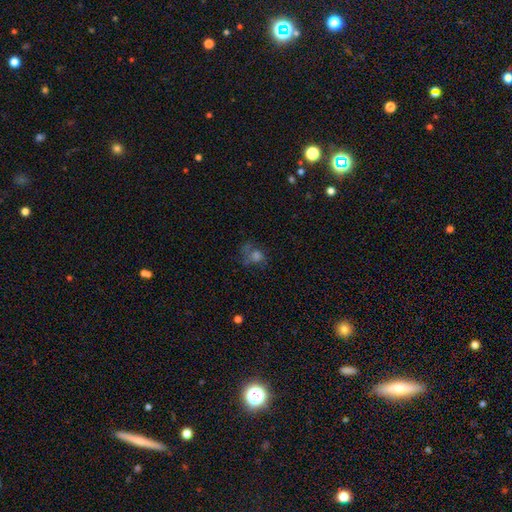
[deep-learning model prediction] smooth_or_featured: smooth (p=0.39) [alt: featured or disk p=0.31]
merging: none (p=0.49) [alt: major disturbance p=0.27]